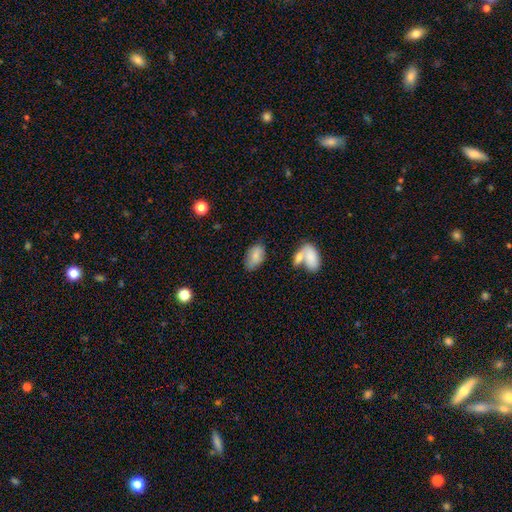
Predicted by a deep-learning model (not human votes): A smooth galaxy with no disk features (79%) that is in between round and cigar-shaped (93%).

Vote fractions:
- Smooth or featured? smooth: 79% / featured or disk: 13% / star or artifact: 7%
- How rounded? in between: 93% / round: 5% / cigar-shaped: 2%
- Merging? none: 64% / minor disturbance: 21% / merger: 10% / major disturbance: 6%